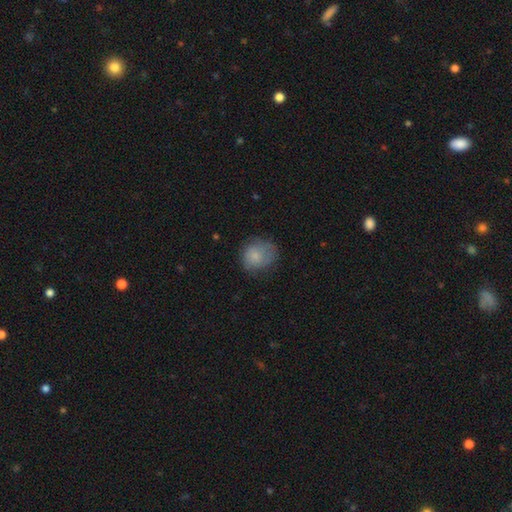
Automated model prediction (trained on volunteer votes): Overall: smooth (74%). How rounded: round (74%). Merging: none (57%; minor disturbance 28%).